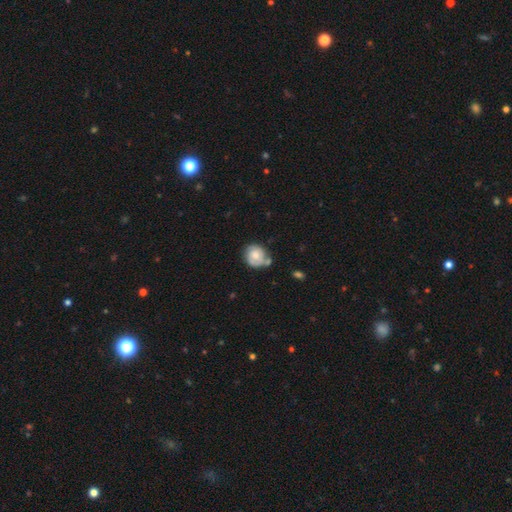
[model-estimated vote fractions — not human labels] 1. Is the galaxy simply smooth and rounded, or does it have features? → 54% smooth, 38% featured or disk, 7% star or artifact.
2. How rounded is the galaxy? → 78% round, 21% in between, 1% cigar-shaped.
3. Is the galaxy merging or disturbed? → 52% none, 25% minor disturbance, 15% merger, 8% major disturbance.